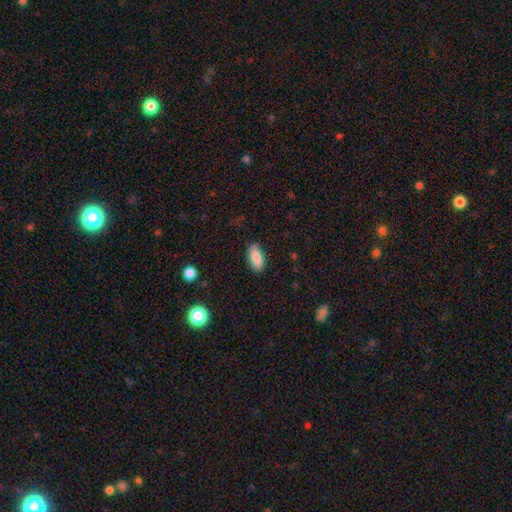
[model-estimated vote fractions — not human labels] Overall: smooth (85%). How rounded: in between (84%). Merging: none (85%).